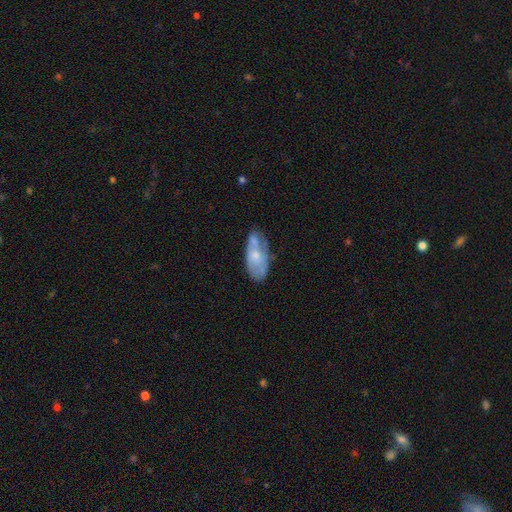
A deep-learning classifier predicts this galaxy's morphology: A smooth galaxy with no disk features (47%).

Vote fractions:
- Smooth or featured? smooth: 47% / featured or disk: 46% / star or artifact: 7%
- Merging? none: 48% / minor disturbance: 32% / major disturbance: 12% / merger: 9%